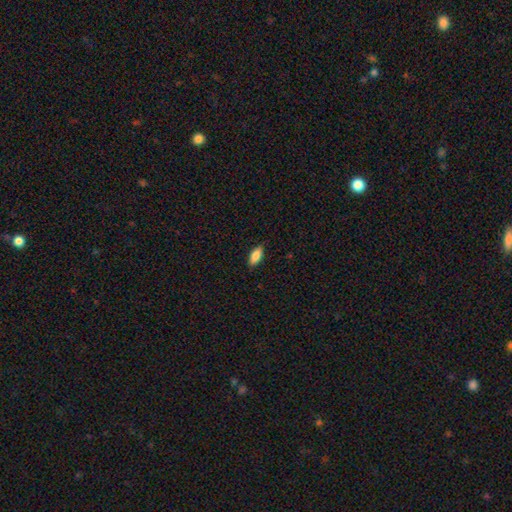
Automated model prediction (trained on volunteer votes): A smooth galaxy with no disk features (84%) that is in between round and cigar-shaped (85%). Merging: none (85%).